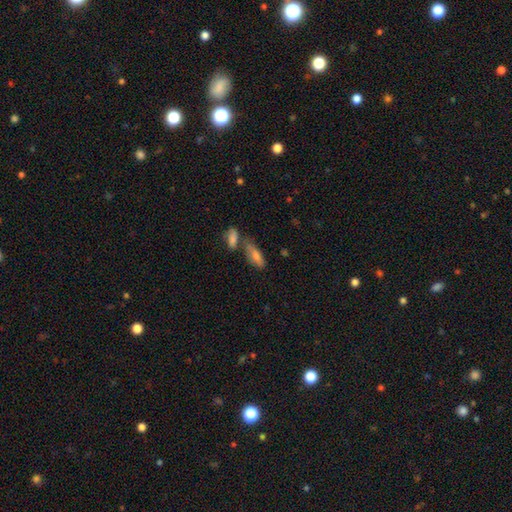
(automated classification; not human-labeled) smooth 68%, featured or disk 22%, star or artifact 10%. Down the decision tree: how rounded — in between (69%); merging — none (54%).